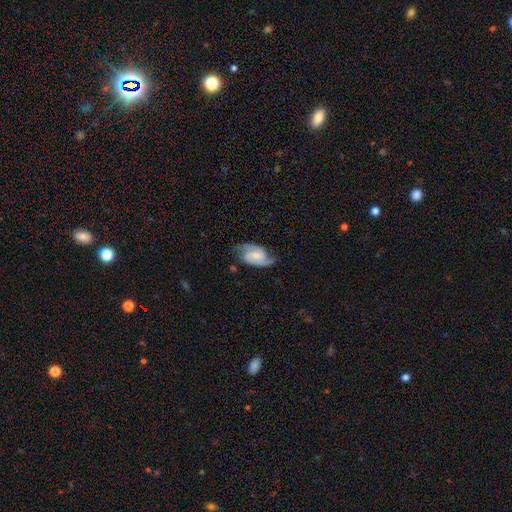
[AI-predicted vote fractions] Smooth or featured? featured or disk (85%)
Edge-on disk? no (97%)
Bar? weak (49%)
Spiral arms? yes (97%)
Spiral winding? medium (53%)
Spiral arm count? 2 (92%)
Bulge size? small (43%)
Merging? none (75%)